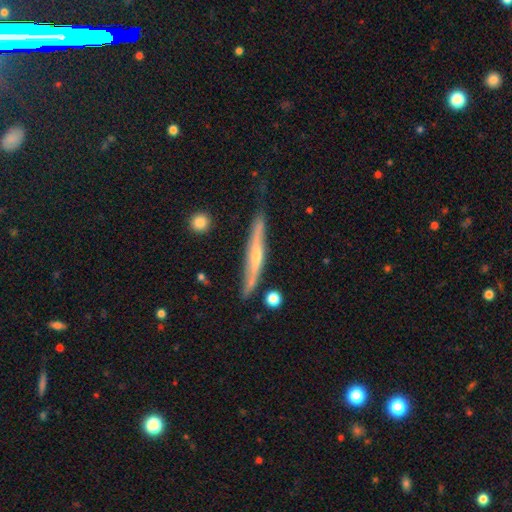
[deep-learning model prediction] This appears to be a featured or disk galaxy (69%) viewed edge-on (88%) with a rounded central bulge (60%). Merging: none (67%).